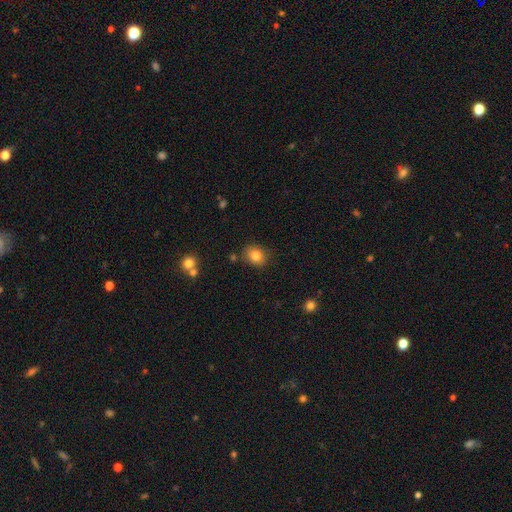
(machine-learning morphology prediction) This is clearly a smooth galaxy (82%). How rounded: likely round (61%). Merging: clearly none (82%).